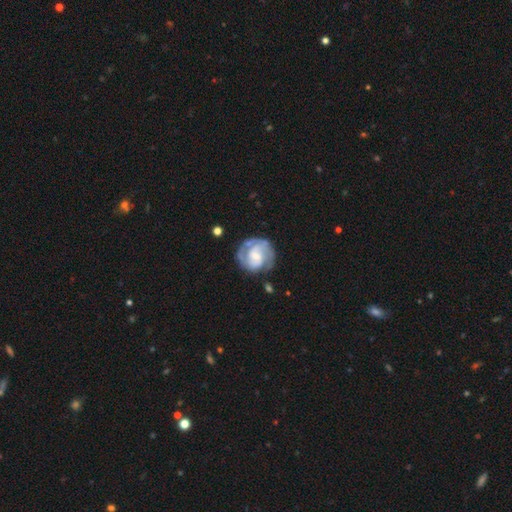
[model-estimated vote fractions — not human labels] This appears to be a featured or disk galaxy (82%) with a weak bar (46%), 2 (65%) tight (57%) spiral arms (94%) and a small central bulge (52%). Merging: none (71%).